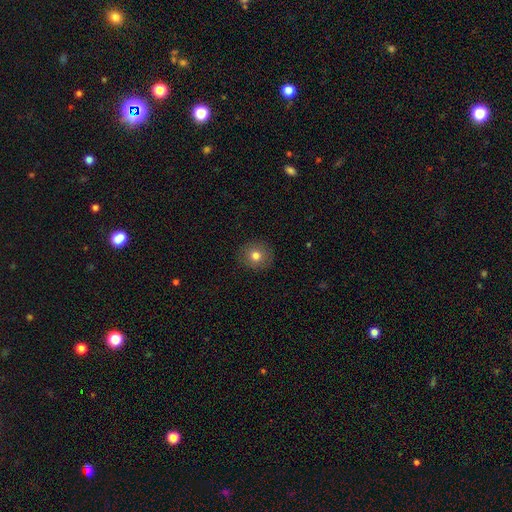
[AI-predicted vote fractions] Smooth or featured: smooth — 77% (star or artifact — 11%)
How rounded: round — 91% (in between — 8%)
Merging: none — 90% (minor disturbance — 7%)